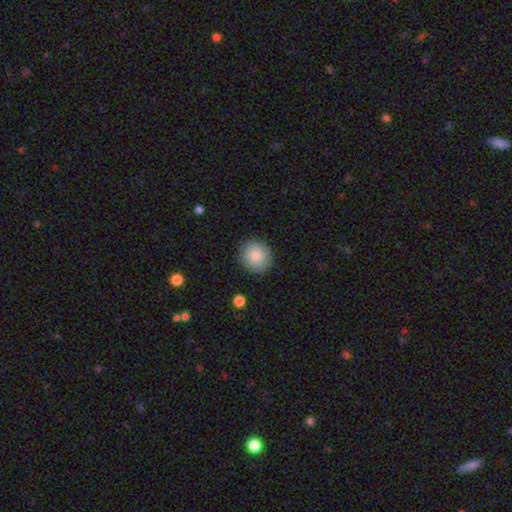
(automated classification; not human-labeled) Q: Smooth or featured?
A: smooth (86%); runner-up: star or artifact (8%)
Q: How rounded?
A: round (83%); runner-up: in between (16%)
Q: Merging?
A: none (89%); runner-up: minor disturbance (8%)